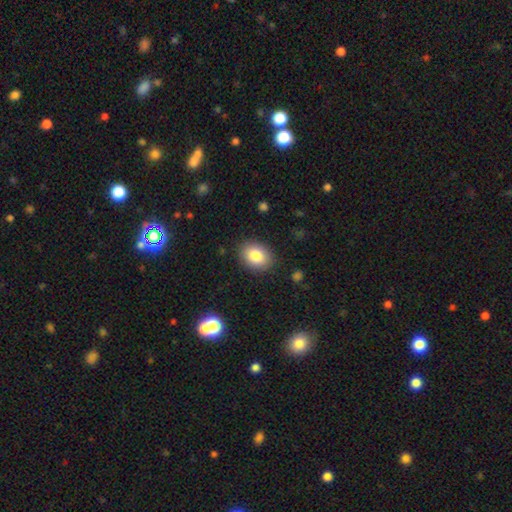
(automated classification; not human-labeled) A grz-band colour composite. It shows a smooth galaxy with no disk features (84%) that is in between round and cigar-shaped (63%). Merging: none (87%).